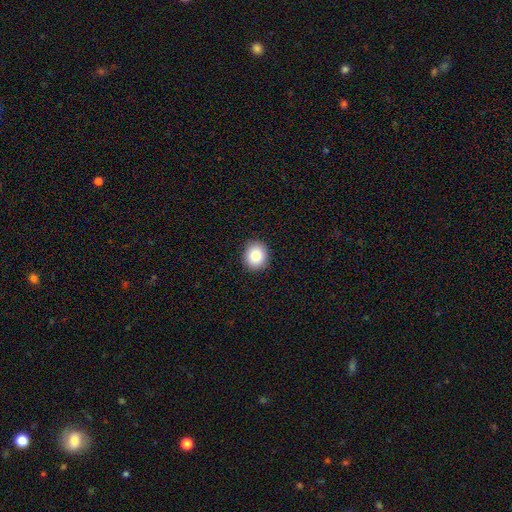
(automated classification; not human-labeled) smooth_or_featured: smooth (p=0.83) [alt: star or artifact p=0.09]
how_rounded: round (p=0.76) [alt: in between p=0.23]
merging: none (p=0.91) [alt: minor disturbance p=0.07]